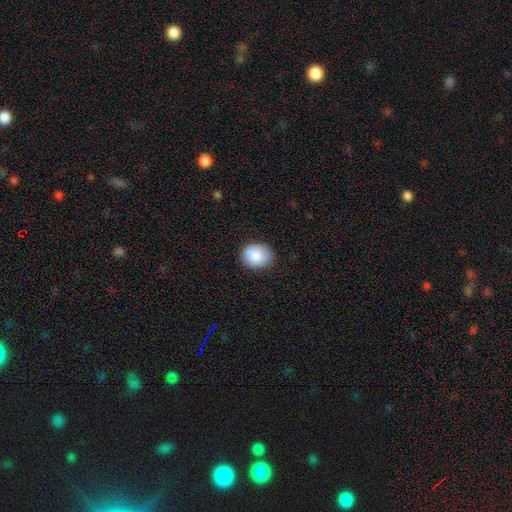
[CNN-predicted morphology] Smooth or featured?
  - smooth: 86% *
  - star or artifact: 7%
  - featured or disk: 6%
How rounded?
  - round: 60% *
  - in between: 40%
  - cigar-shaped: 1%
Merging?
  - none: 86% *
  - minor disturbance: 11%
  - major disturbance: 2%
  - merger: 1%